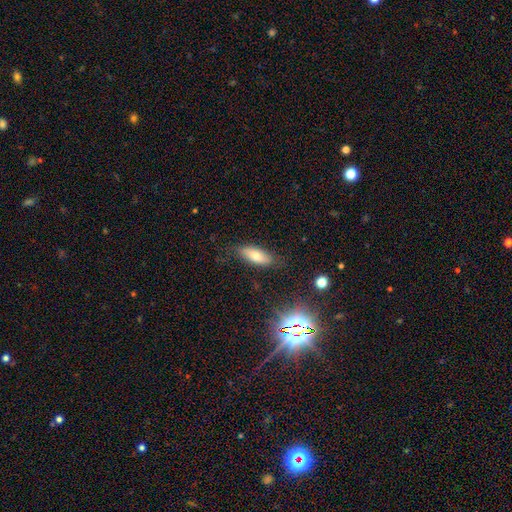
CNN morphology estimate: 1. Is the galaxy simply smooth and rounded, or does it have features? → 71% smooth, 19% featured or disk, 10% star or artifact.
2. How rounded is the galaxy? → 75% in between, 22% cigar-shaped, 3% round.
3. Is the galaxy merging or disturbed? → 79% none, 16% minor disturbance, 4% major disturbance, 2% merger.